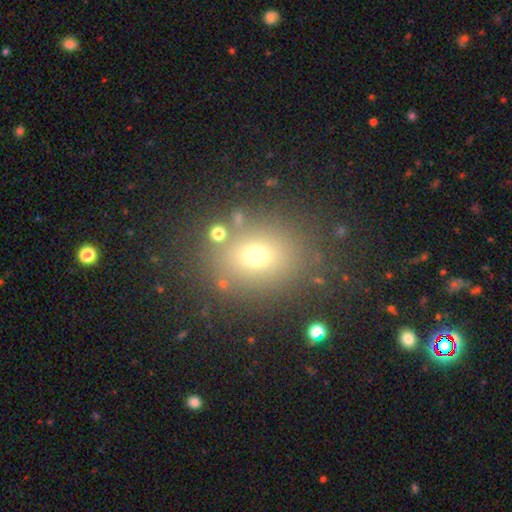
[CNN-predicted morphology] This appears to be a smooth galaxy with no disk features (66%) that is round (55%). Merging: none (81%).